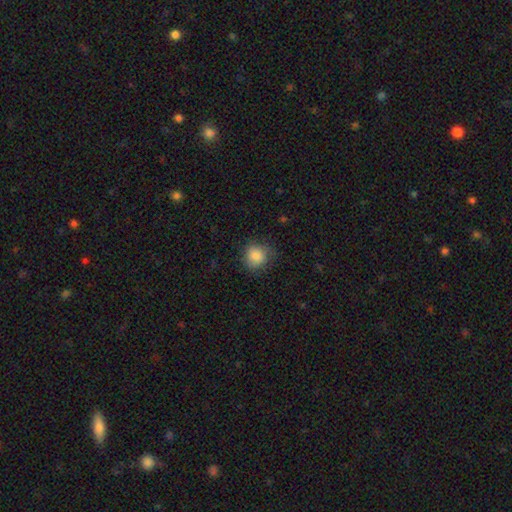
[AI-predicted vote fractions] Overall: smooth (86%). How rounded: round (82%). Merging: none (77%).